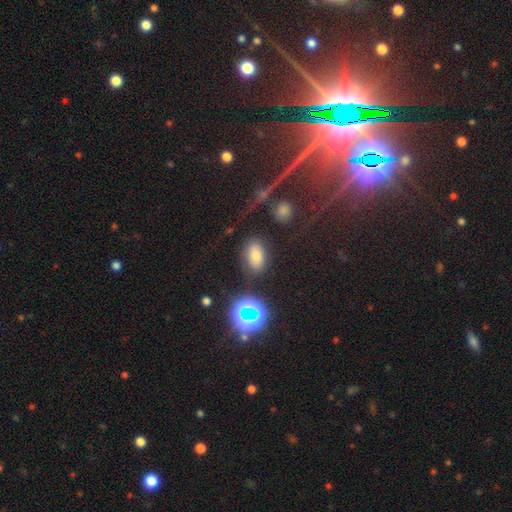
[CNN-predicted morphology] Smooth or featured? smooth (59%)
How rounded? in between (85%)
Merging? none (83%)